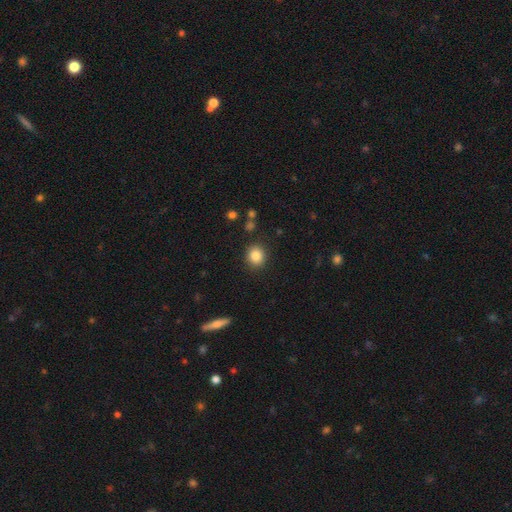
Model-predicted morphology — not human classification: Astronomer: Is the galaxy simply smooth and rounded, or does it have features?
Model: smooth — 85%.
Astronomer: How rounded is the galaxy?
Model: round — 77%.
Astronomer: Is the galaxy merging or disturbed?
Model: none — 88%.